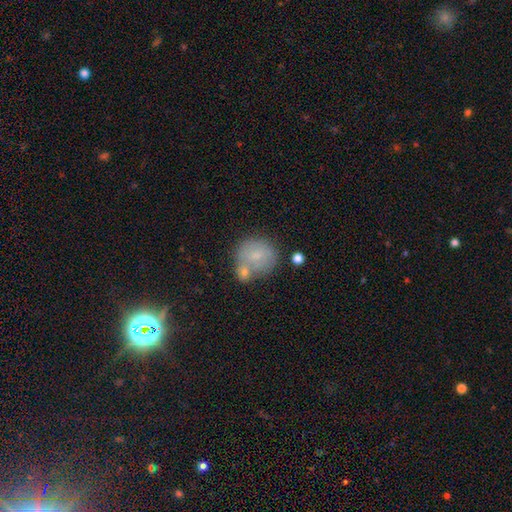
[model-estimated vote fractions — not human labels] Smooth or featured?
  - smooth: 67% *
  - featured or disk: 23%
  - star or artifact: 10%
How rounded?
  - round: 81% *
  - in between: 18%
  - cigar-shaped: 1%
Merging?
  - none: 47% *
  - merger: 29%
  - minor disturbance: 17%
  - major disturbance: 7%